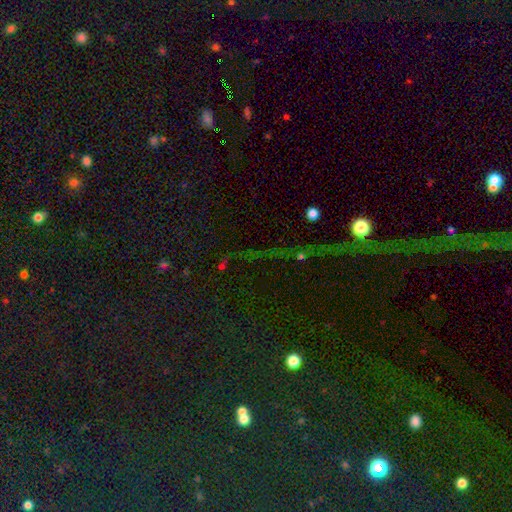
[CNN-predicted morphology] This is likely a star or artifact rather than a galaxy (76%).